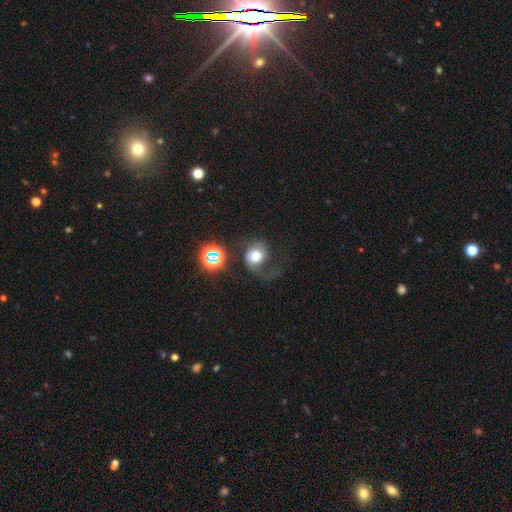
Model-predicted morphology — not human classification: Smooth or featured?
  - smooth: 48% *
  - featured or disk: 37%
  - star or artifact: 15%
Merging?
  - major disturbance: 41% *
  - none: 34%
  - minor disturbance: 19%
  - merger: 6%